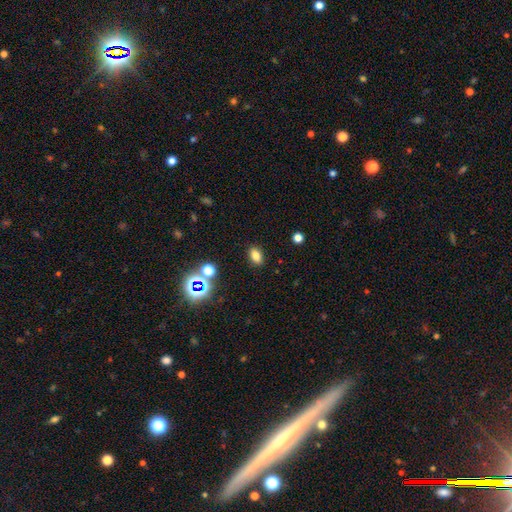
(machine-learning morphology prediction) Smooth or featured: smooth — 77% (star or artifact — 16%)
How rounded: in between — 83% (round — 15%)
Merging: none — 87% (minor disturbance — 8%)